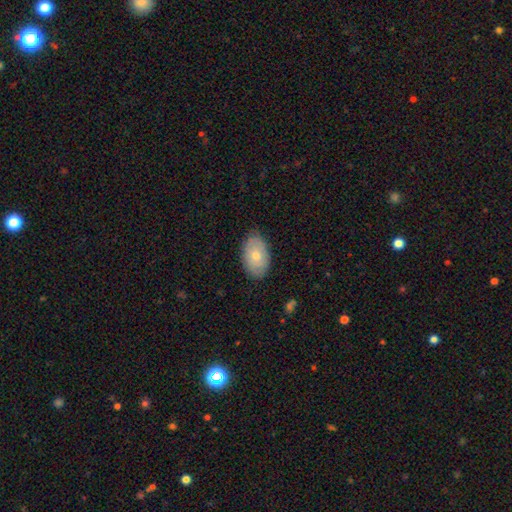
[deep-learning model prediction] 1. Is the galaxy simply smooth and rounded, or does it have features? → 64% smooth, 29% featured or disk, 7% star or artifact.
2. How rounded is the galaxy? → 91% in between, 8% round, 1% cigar-shaped.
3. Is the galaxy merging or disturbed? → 85% none, 12% minor disturbance, 2% major disturbance, 1% merger.